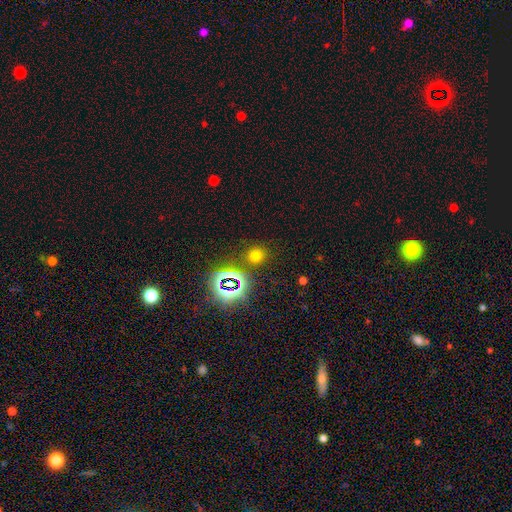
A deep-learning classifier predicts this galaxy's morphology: The model was most divided on "smooth or featured": smooth: 63%, star or artifact: 31%, featured or disk: 6%. More confident: how rounded — round (88%); merging — none (86%).